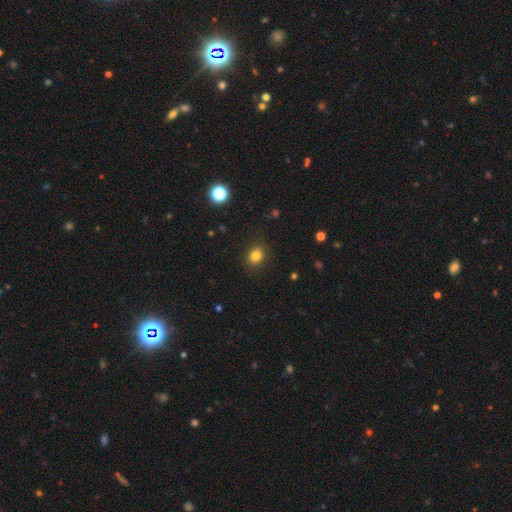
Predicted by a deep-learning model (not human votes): smooth-or-featured: smooth: 83% | star or artifact: 12% | featured or disk: 5%
  how-rounded: round: 63% | in between: 37% | cigar-shaped: 1%
  merging: none: 88% | minor disturbance: 8% | major disturbance: 3% | merger: 1%